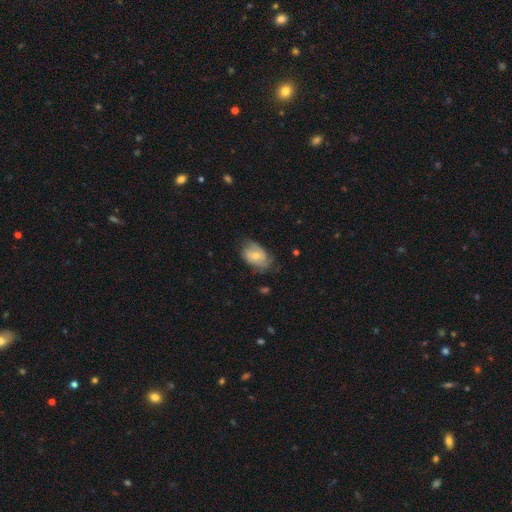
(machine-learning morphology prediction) A featured or disk galaxy (49%).

Vote fractions:
- Smooth or featured? featured or disk: 49% / smooth: 44% / star or artifact: 7%
- Merging? none: 56% / minor disturbance: 32% / major disturbance: 11% / merger: 1%